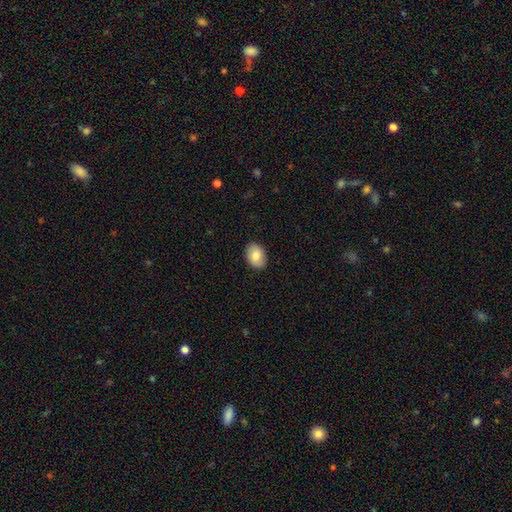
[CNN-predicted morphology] smooth 79%, featured or disk 14%, star or artifact 7%. Down the decision tree: how rounded — in between (77%); merging — none (88%).